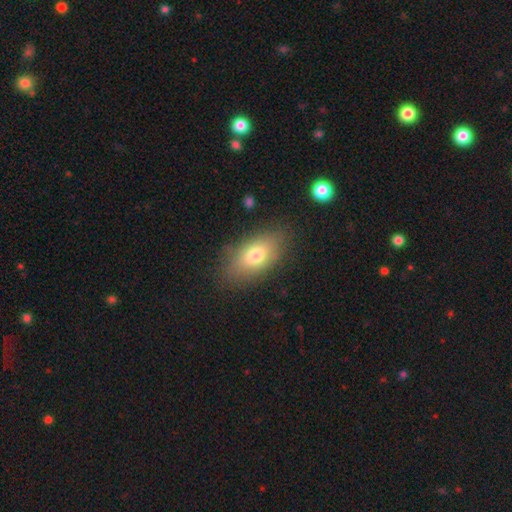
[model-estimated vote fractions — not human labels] This is likely a smooth galaxy (76%). How rounded: clearly in between (89%). Merging: clearly none (81%).